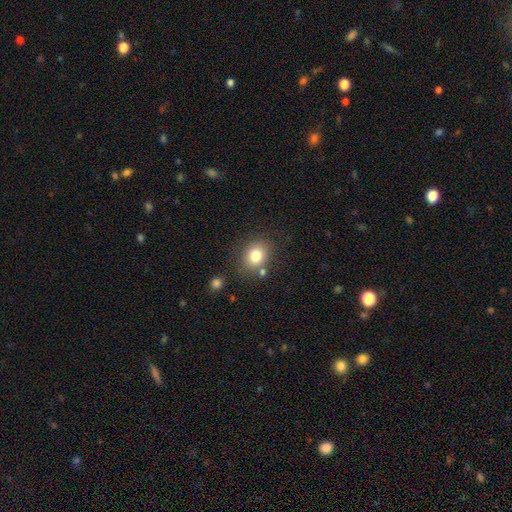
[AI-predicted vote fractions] Smooth or featured: smooth — 80% (star or artifact — 10%)
How rounded: round — 56% (in between — 43%)
Merging: none — 76% (minor disturbance — 12%)